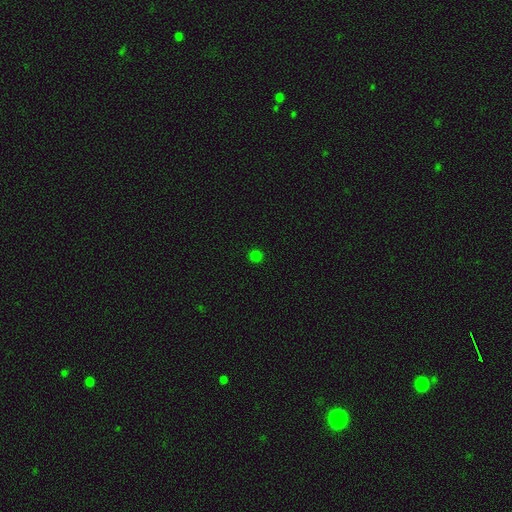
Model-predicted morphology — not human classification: This appears to be a smooth galaxy with no disk features (79%) that is round (94%). Merging: none (93%).